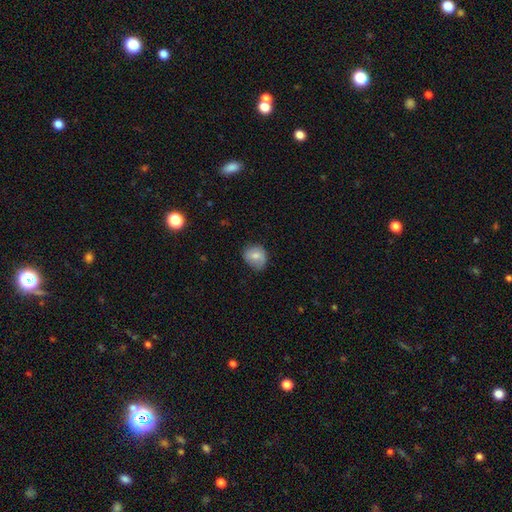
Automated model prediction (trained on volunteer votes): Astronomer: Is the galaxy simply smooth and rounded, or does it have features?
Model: smooth — 74%.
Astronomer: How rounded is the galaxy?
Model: round — 66%.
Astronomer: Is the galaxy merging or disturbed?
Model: none — 64%.